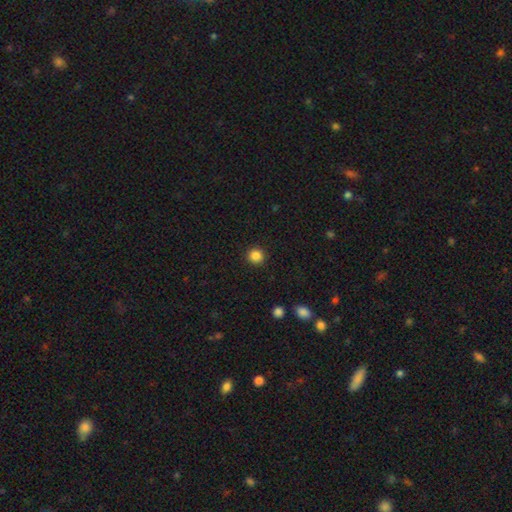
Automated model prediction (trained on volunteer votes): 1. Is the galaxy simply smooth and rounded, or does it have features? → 85% smooth, 11% star or artifact, 3% featured or disk.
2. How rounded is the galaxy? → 93% round, 6% in between, 1% cigar-shaped.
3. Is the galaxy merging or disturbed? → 92% none, 5% minor disturbance, 2% major disturbance, 1% merger.